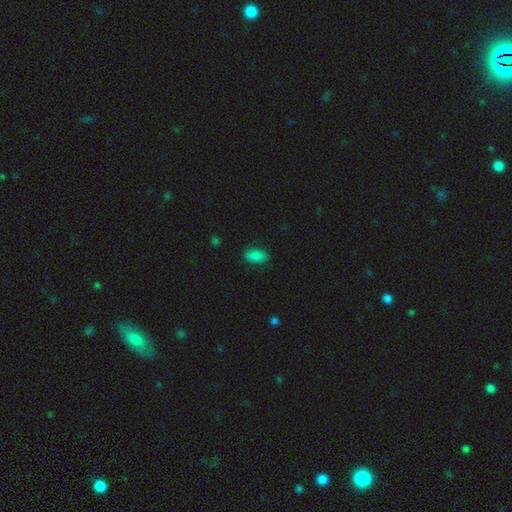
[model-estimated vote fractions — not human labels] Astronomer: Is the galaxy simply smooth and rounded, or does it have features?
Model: smooth — 85%.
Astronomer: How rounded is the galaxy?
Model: in between — 90%.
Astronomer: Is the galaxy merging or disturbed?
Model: none — 85%.